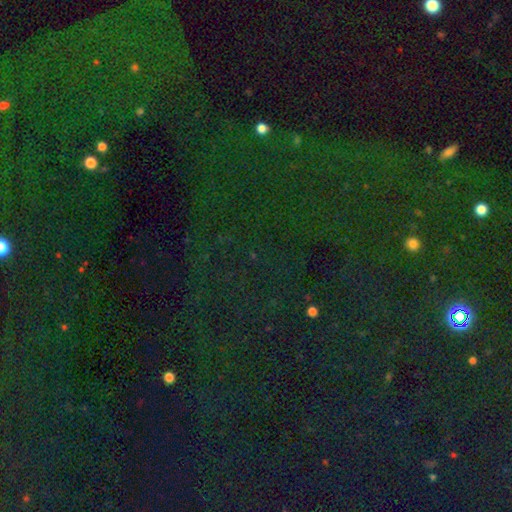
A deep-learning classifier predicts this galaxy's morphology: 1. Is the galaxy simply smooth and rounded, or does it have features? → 82% star or artifact, 11% smooth, 7% featured or disk.